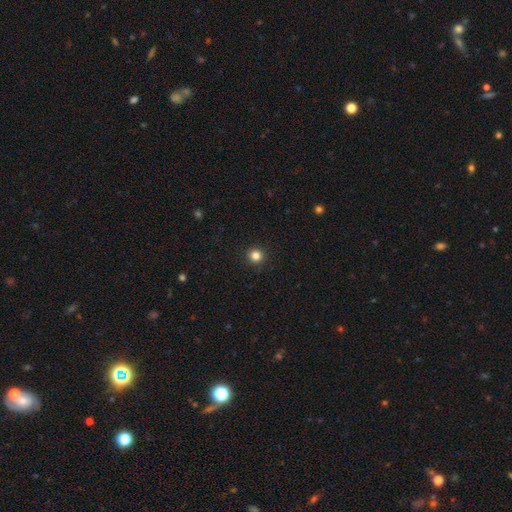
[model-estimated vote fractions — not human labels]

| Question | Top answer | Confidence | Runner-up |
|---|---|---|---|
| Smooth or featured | smooth | 83% | star or artifact (13%) |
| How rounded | round | 95% | in between (5%) |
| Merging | none | 93% | minor disturbance (5%) |